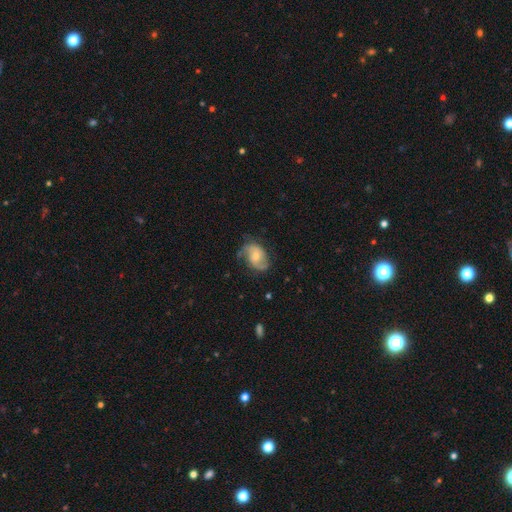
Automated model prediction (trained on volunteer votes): Smooth or featured: featured or disk — 67% (smooth — 26%)
Edge-on disk: no — 97% (yes — 3%)
Bar: no — 56% (weak — 36%)
Spiral arms: yes — 89% (no — 11%)
Spiral winding: medium — 44% (loose — 34%)
Spiral arm count: 2 — 79% (can't tell — 10%)
Bulge size: moderate — 47% (small — 45%)
Merging: none — 62% (minor disturbance — 25%)